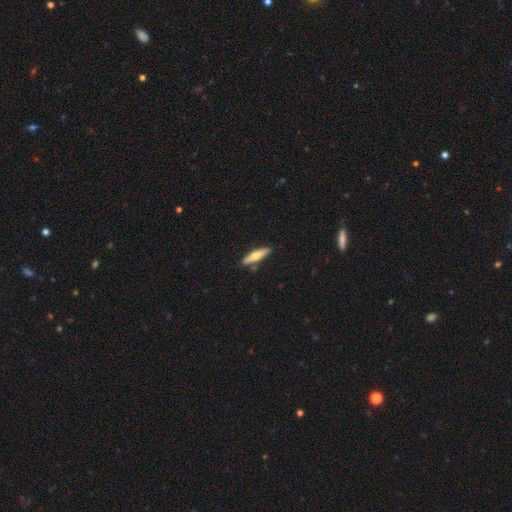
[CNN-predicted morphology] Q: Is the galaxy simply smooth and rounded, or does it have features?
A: smooth — 59%.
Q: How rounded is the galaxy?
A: cigar-shaped — 76%.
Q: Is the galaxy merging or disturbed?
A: none — 84%.